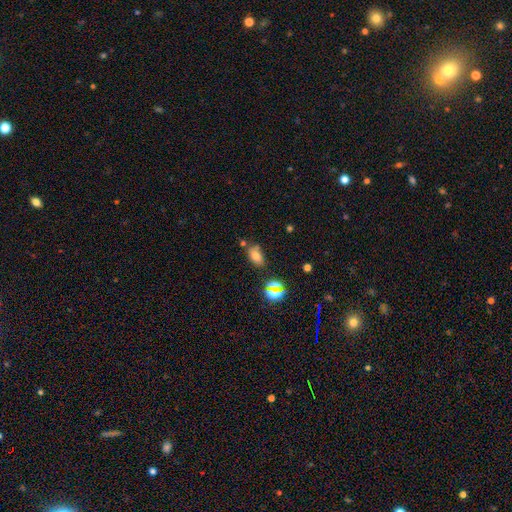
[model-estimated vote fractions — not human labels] smooth_or_featured: smooth (p=0.67) [alt: star or artifact p=0.21]
how_rounded: in between (p=0.86) [alt: round p=0.12]
merging: none (p=0.65) [alt: minor disturbance p=0.18]